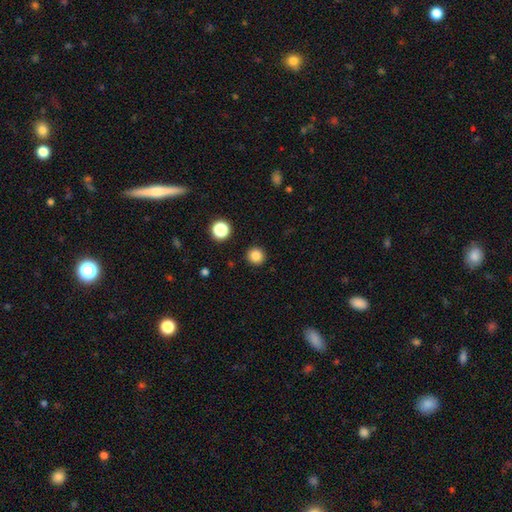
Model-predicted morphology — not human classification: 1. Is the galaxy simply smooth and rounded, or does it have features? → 84% smooth, 12% star or artifact, 4% featured or disk.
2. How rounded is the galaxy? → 95% round, 4% in between, 1% cigar-shaped.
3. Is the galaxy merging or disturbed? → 92% none, 5% minor disturbance, 2% major disturbance, 1% merger.